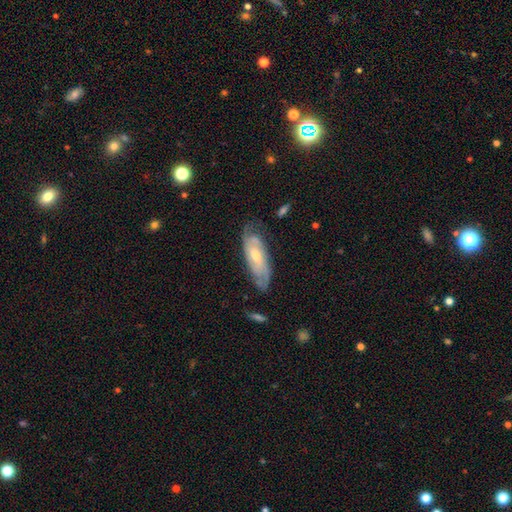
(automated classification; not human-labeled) Overall: featured or disk (68%). Edge-on disk: no (84%). Bar: no (56%; weak 35%). Spiral arms: yes (87%). Bulge size: moderate (50%; small 43%). Merging: none (67%).